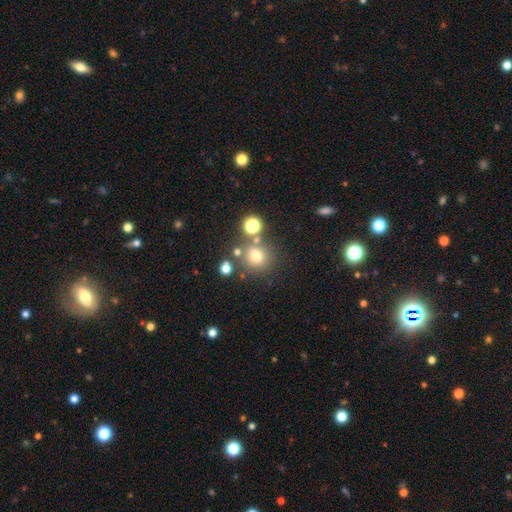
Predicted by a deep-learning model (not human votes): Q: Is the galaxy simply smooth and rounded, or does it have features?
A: smooth — 70%.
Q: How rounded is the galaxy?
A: round — 79%.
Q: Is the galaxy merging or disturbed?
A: none — 68%.